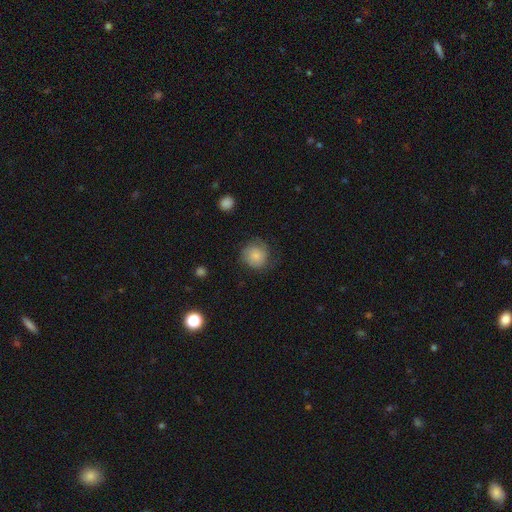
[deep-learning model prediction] This is likely a smooth galaxy (76%). How rounded: clearly round (88%). Merging: likely none (67%).